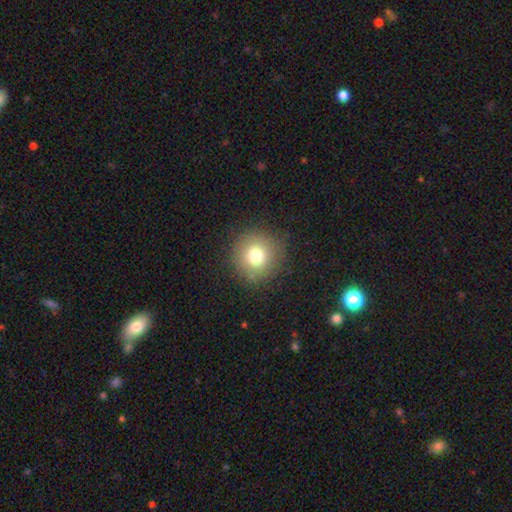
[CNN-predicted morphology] smooth_or_featured: smooth (p=0.76) [alt: star or artifact p=0.13]
how_rounded: round (p=0.94) [alt: in between p=0.05]
merging: none (p=0.88) [alt: minor disturbance p=0.08]